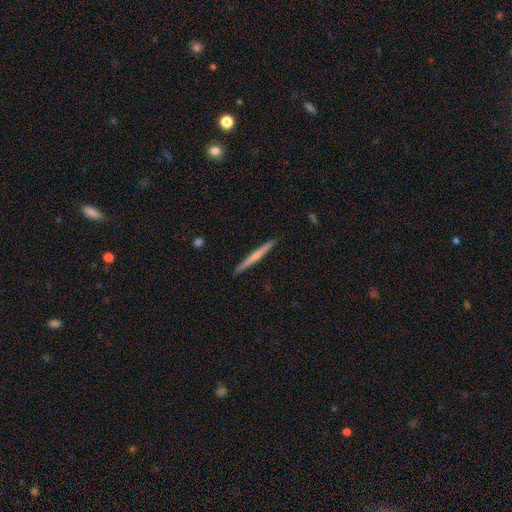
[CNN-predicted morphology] This is possibly a featured or disk galaxy (52%). It is clearly viewed edge-on (98%). Edge-on bulge: possibly none (49%). Merging: clearly none (92%).